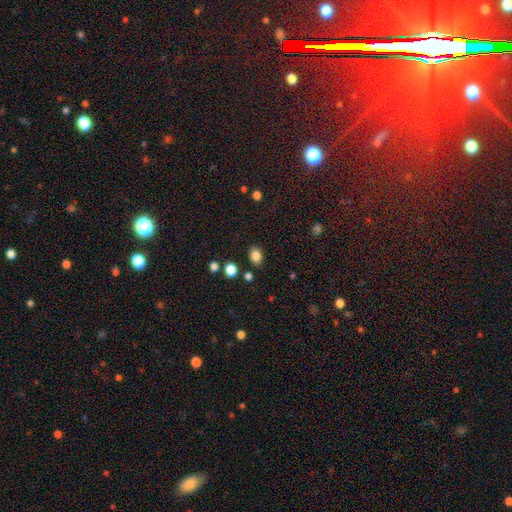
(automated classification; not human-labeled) Smooth or featured? Predicted: smooth (p=0.84). How rounded? Predicted: in between (p=0.68). Merging? Predicted: none (p=0.84).